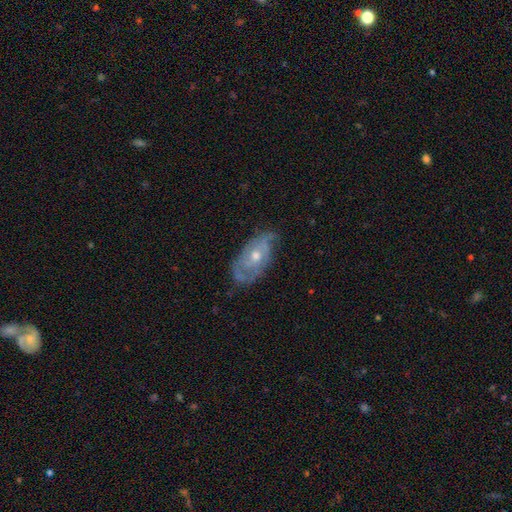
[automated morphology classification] type=featured or disk (77%); edge-on=no (91%); bar=no (76%); spiral arms=yes (84%); winding=tight (47%); arm count=2 (37%); bulge=moderate (63%); merging=none (64%).